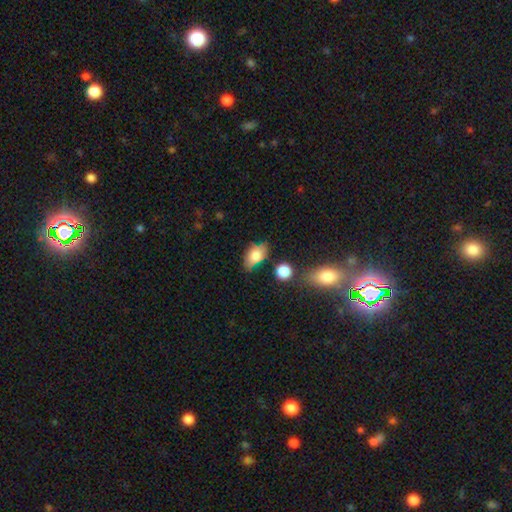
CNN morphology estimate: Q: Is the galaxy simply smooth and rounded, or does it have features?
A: smooth — 74%.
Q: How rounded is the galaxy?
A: in between — 87%.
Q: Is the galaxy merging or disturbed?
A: none — 60%.